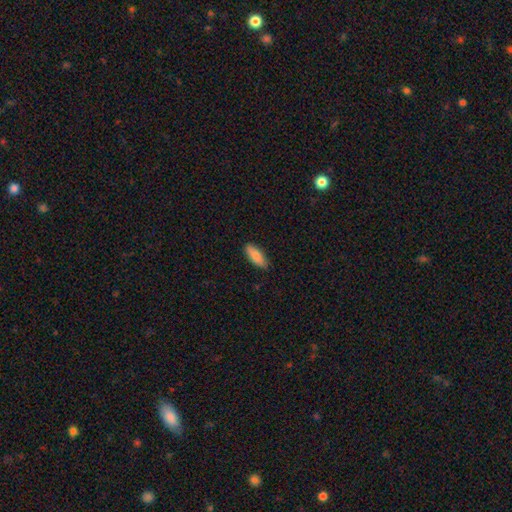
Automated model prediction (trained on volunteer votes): Smooth or featured? Predicted: smooth (p=0.81). How rounded? Predicted: in between (p=0.72). Merging? Predicted: none (p=0.86).